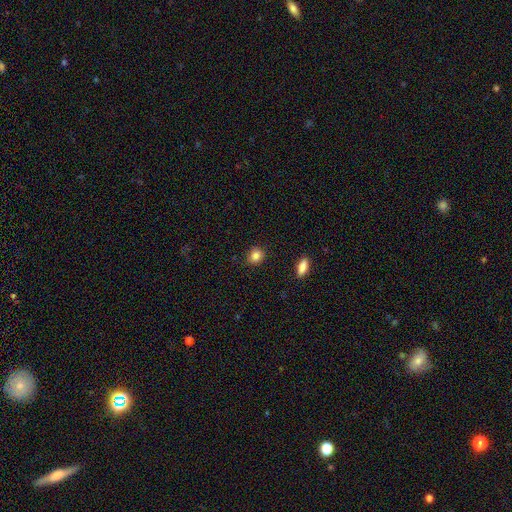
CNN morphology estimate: Overall: smooth (84%). How rounded: round (74%). Merging: none (87%).